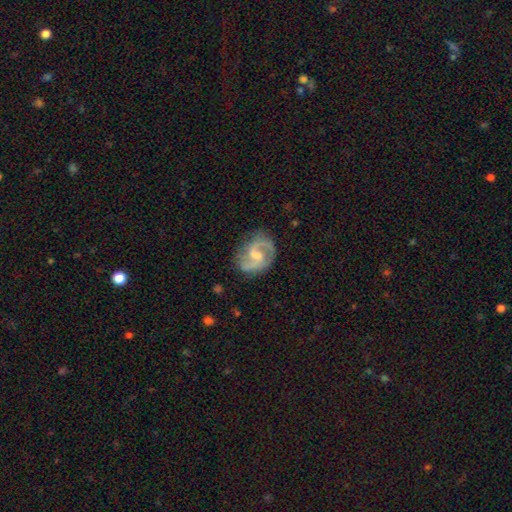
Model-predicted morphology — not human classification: This appears to be a featured or disk galaxy (85%) with a weak bar (58%), 2 (89%) medium (57%) spiral arms (95%) and a moderate central bulge (37%). Merging: none (74%).